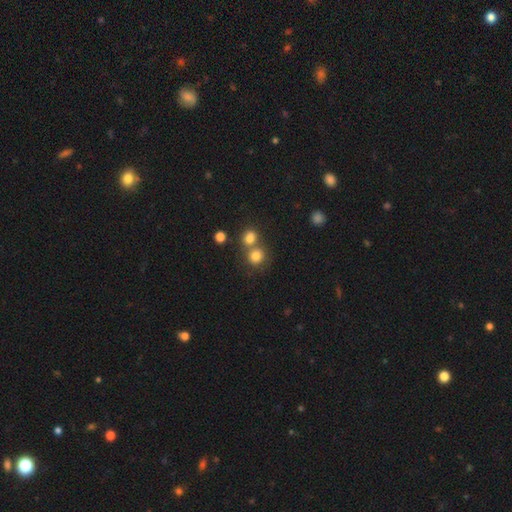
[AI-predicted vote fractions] The model was most divided on "merging": none: 50%, merger: 39%, minor disturbance: 8%, major disturbance: 3%. More confident: how rounded — round (84%); smooth or featured — smooth (79%).